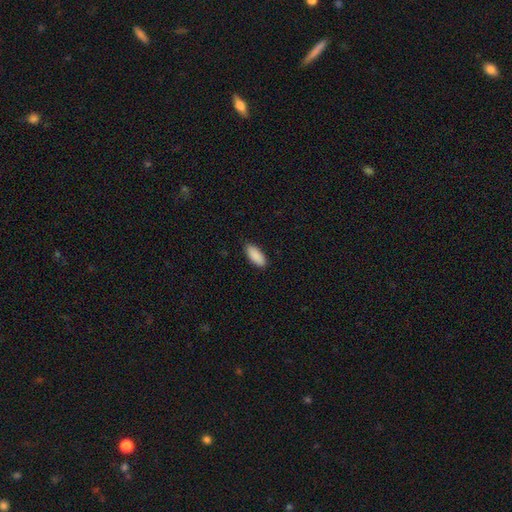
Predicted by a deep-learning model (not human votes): This appears to be a smooth galaxy with no disk features (91%) that is in between round and cigar-shaped (84%). Merging: none (89%).